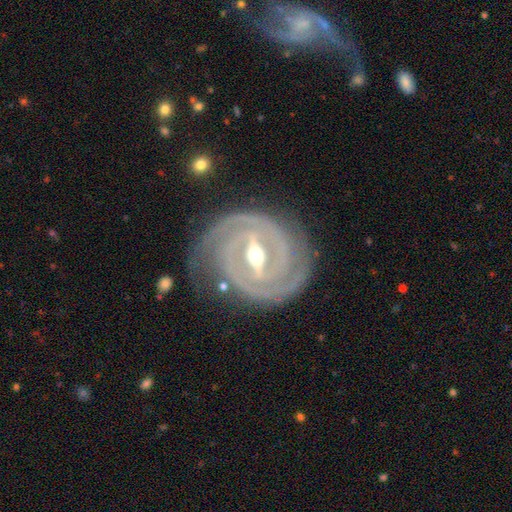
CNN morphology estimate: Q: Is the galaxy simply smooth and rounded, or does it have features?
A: featured or disk — 93%.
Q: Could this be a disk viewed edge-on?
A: no — 96%.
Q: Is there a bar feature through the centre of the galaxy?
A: strong — 66%.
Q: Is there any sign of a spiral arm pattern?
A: yes — 98%.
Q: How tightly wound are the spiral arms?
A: tight — 83%.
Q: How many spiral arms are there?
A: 2 — 66%.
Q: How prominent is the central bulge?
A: moderate — 64%.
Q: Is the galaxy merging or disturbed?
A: none — 79%.